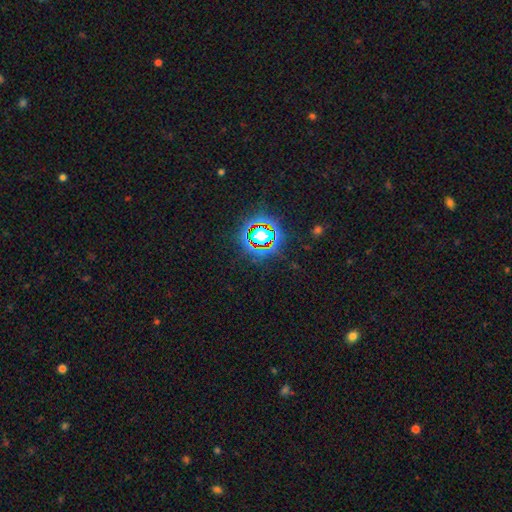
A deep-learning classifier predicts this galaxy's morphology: Smooth or featured? Predicted: star or artifact (p=0.79).